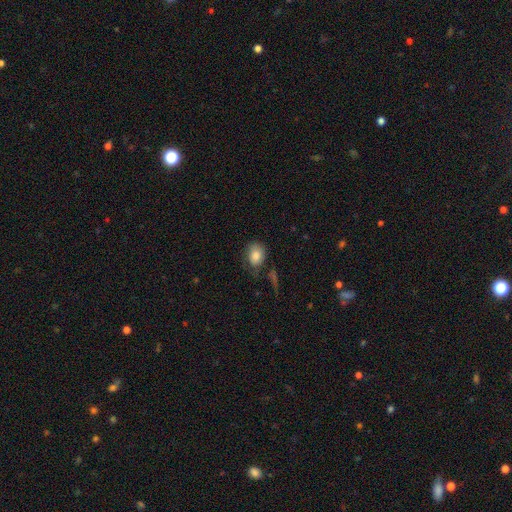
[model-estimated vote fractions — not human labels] smooth_or_featured: smooth (p=0.83) [alt: featured or disk p=0.09]
how_rounded: in between (p=0.56) [alt: round p=0.43]
merging: none (p=0.56) [alt: minor disturbance p=0.26]